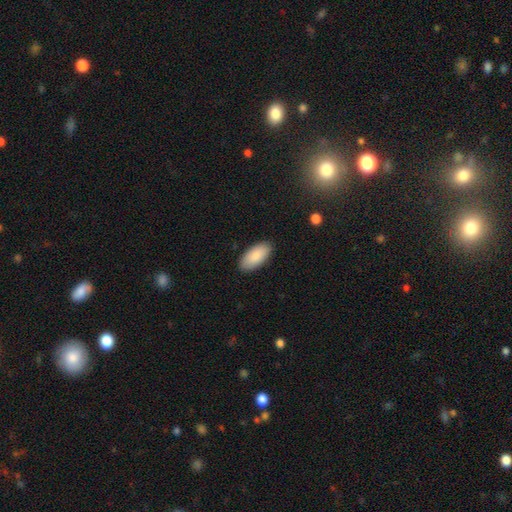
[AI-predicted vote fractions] Overall: smooth (88%). How rounded: in between (94%). Merging: none (88%).